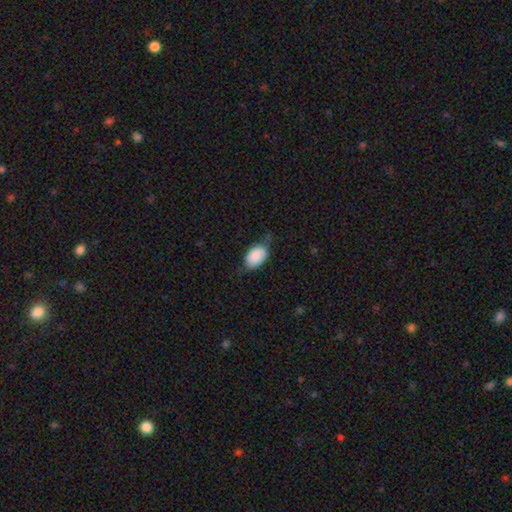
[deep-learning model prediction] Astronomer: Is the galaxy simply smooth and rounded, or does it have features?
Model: smooth — 85%.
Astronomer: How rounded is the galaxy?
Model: in between — 90%.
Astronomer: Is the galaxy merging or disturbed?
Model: none — 51% (runner-up: minor disturbance, 38%).